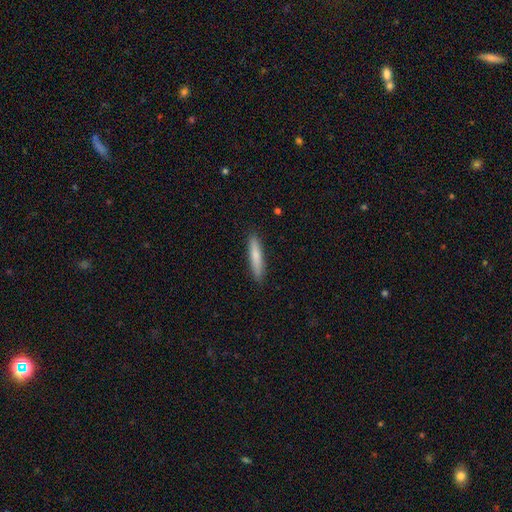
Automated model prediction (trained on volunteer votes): A smooth galaxy with no disk features (76%) that is cigar-shaped (89%). Merging: none (89%).